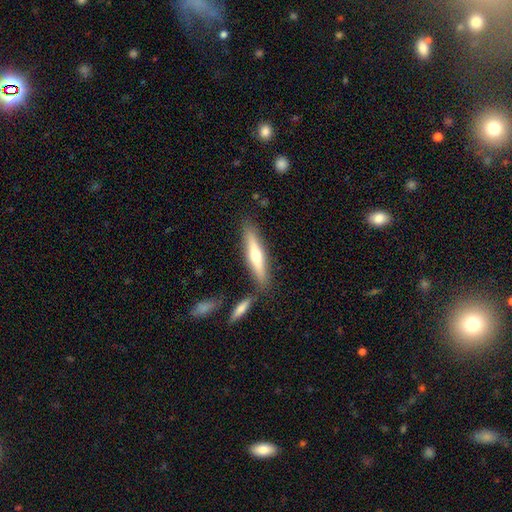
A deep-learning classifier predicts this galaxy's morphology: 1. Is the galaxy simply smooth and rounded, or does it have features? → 50% featured or disk, 44% smooth, 6% star or artifact.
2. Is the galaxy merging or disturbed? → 80% none, 10% minor disturbance, 8% merger, 2% major disturbance.